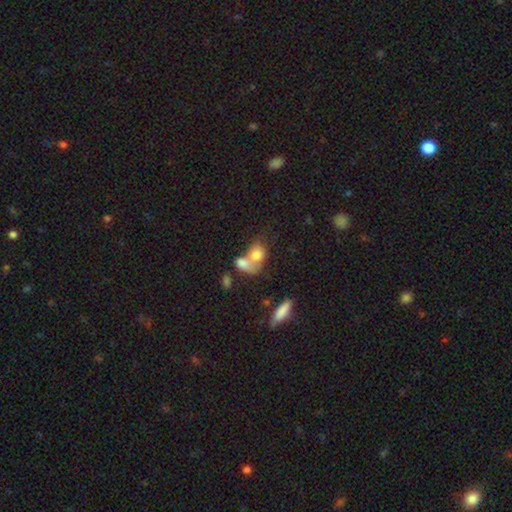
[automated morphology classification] This is likely a smooth galaxy (75%). How rounded: likely in between (62%). Merging: likely merger (63%).